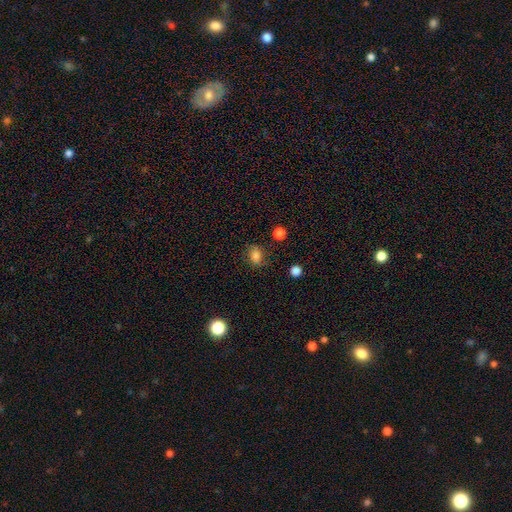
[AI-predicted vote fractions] Overall: smooth (81%). How rounded: in between (52%; round 47%). Merging: none (79%).